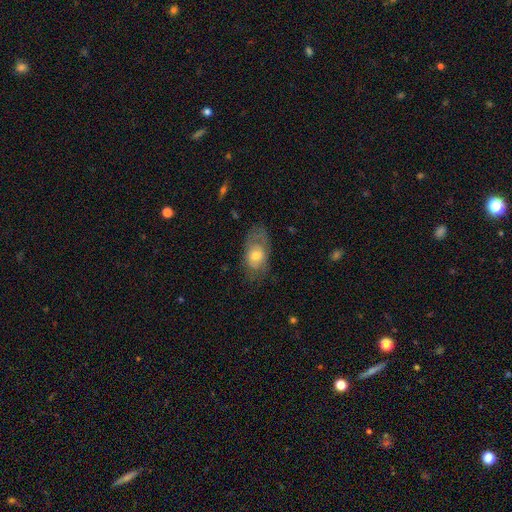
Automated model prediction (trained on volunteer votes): Q: Smooth or featured?
A: smooth (55%); runner-up: featured or disk (37%)
Q: How rounded?
A: in between (85%); runner-up: round (12%)
Q: Merging?
A: none (57%); runner-up: minor disturbance (25%)